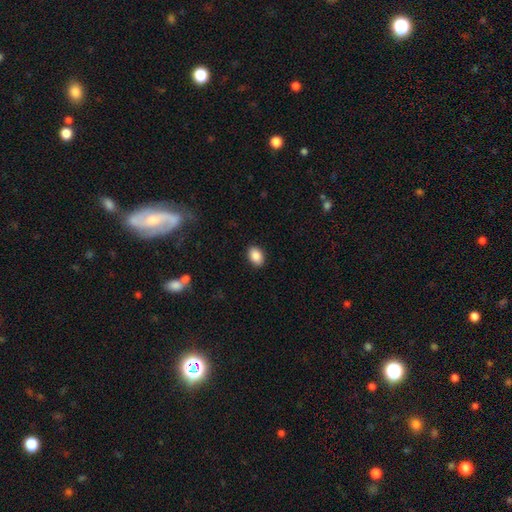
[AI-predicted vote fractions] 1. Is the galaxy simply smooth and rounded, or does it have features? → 89% smooth, 8% star or artifact, 4% featured or disk.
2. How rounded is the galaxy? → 84% in between, 15% round, 1% cigar-shaped.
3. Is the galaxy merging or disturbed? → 90% none, 7% minor disturbance, 2% major disturbance, 1% merger.